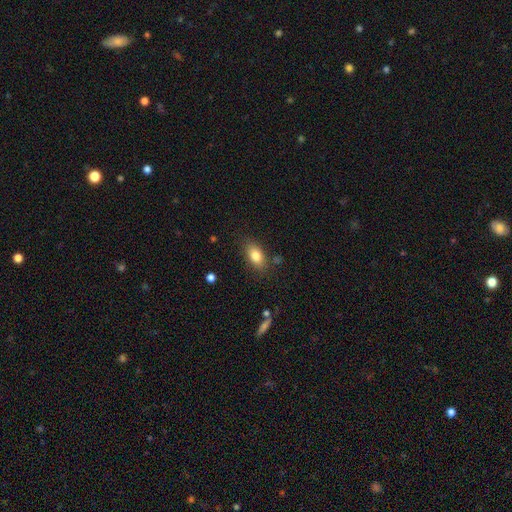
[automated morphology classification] Smooth or featured?
  - smooth: 81% *
  - featured or disk: 10%
  - star or artifact: 8%
How rounded?
  - in between: 87% *
  - round: 9%
  - cigar-shaped: 4%
Merging?
  - none: 81% *
  - minor disturbance: 13%
  - major disturbance: 4%
  - merger: 3%